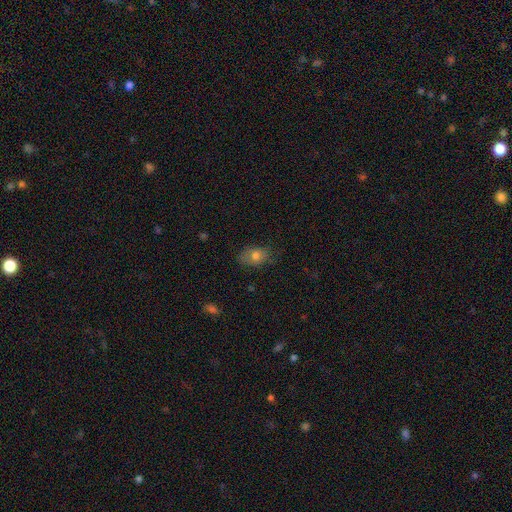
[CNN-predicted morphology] Smooth or featured: smooth — 75% (featured or disk — 15%)
How rounded: in between — 80% (round — 19%)
Merging: none — 70% (minor disturbance — 23%)